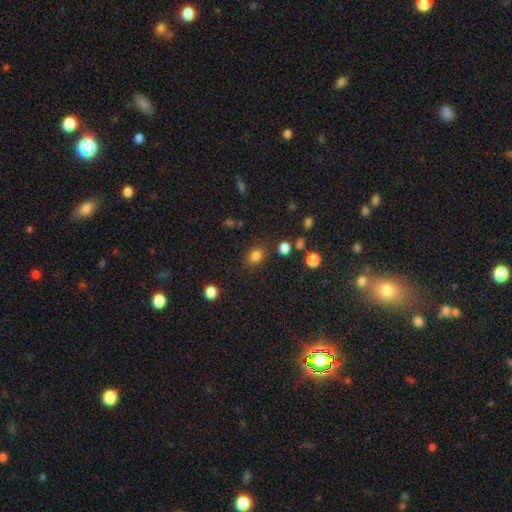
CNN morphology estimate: smooth-or-featured: smooth: 82% | star or artifact: 13% | featured or disk: 5%
  how-rounded: round: 50% | in between: 49% | cigar-shaped: 1%
  merging: none: 81% | minor disturbance: 11% | major disturbance: 4% | merger: 4%